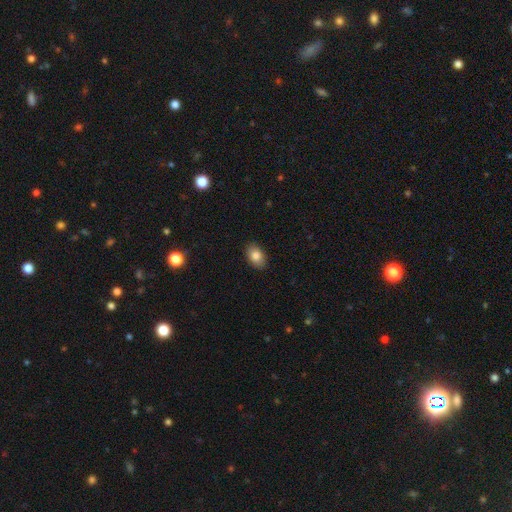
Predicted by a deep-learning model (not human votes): smooth 84%, star or artifact 8%, featured or disk 8%. Down the decision tree: how rounded — in between (86%); merging — none (89%).